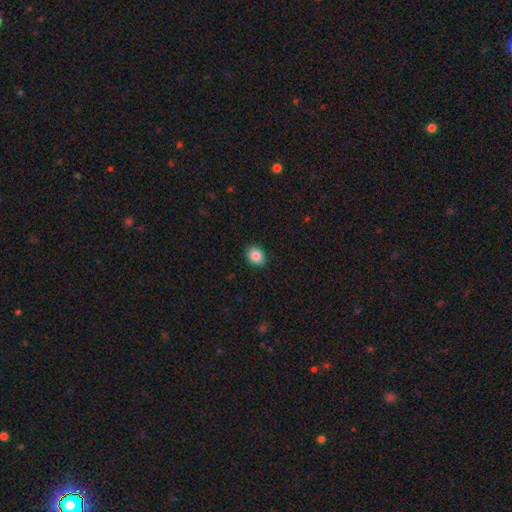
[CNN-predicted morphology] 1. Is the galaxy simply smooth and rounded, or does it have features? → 86% smooth, 9% star or artifact, 5% featured or disk.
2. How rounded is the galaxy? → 56% round, 43% in between, 1% cigar-shaped.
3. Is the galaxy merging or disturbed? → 89% none, 8% minor disturbance, 2% major disturbance, 1% merger.